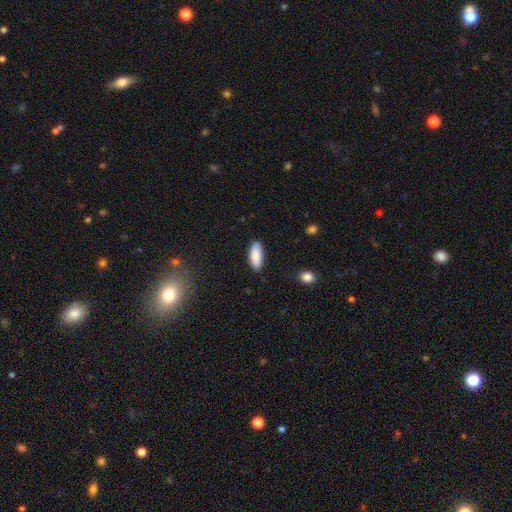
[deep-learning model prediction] Smooth or featured? smooth (87%)
How rounded? in between (79%)
Merging? none (87%)